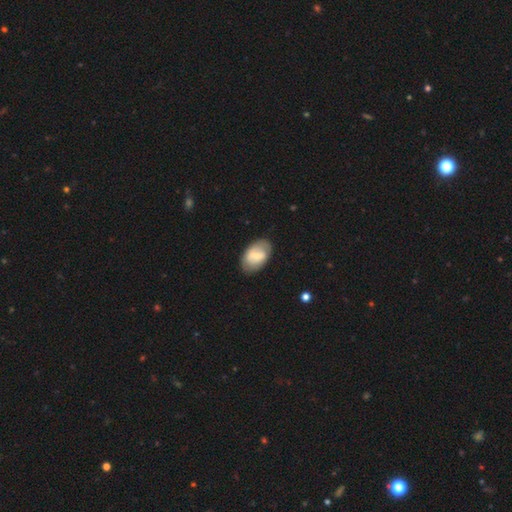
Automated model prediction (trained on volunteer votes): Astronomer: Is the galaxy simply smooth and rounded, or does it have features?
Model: smooth — 53% (runner-up: featured or disk, 40%).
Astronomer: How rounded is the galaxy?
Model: in between — 90%.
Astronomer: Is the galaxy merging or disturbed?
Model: none — 78%.